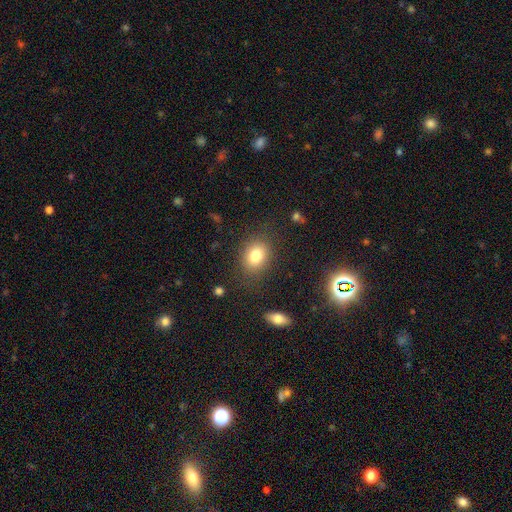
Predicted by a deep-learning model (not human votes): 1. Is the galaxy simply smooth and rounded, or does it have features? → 80% smooth, 11% star or artifact, 10% featured or disk.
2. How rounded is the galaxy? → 56% in between, 43% round, 1% cigar-shaped.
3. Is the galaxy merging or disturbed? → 82% none, 12% minor disturbance, 5% major disturbance, 2% merger.